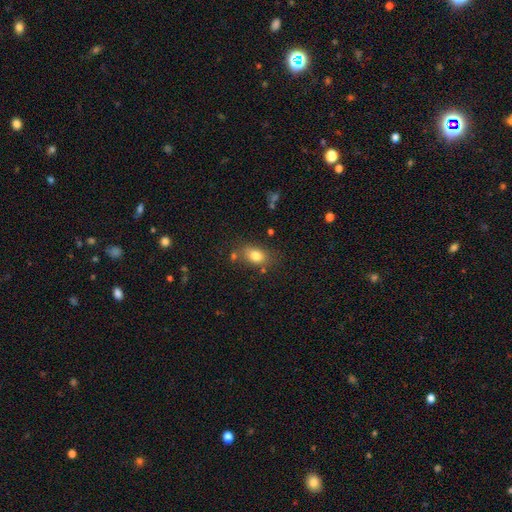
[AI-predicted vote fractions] smooth_or_featured: smooth (p=0.80) [alt: featured or disk p=0.10]
how_rounded: in between (p=0.78) [alt: round p=0.20]
merging: none (p=0.71) [alt: minor disturbance p=0.16]